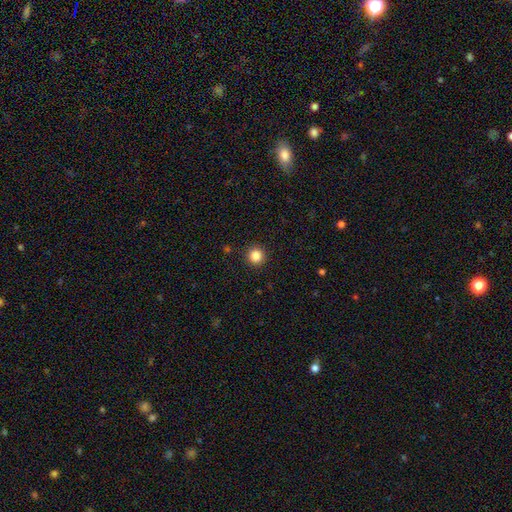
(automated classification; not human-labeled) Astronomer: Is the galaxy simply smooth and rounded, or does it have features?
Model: smooth — 85%.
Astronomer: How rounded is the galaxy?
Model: round — 95%.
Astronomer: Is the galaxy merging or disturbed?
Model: none — 92%.